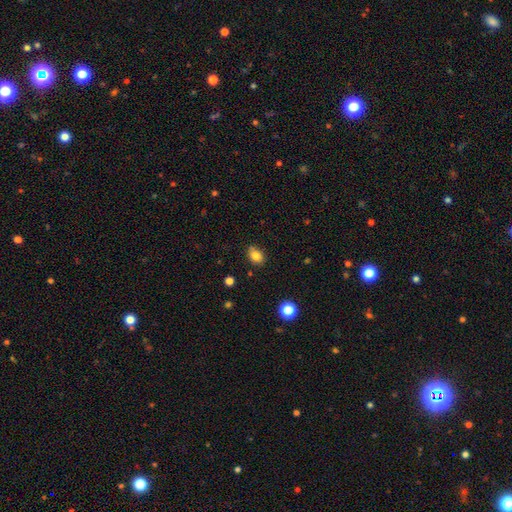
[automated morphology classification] This is clearly a smooth galaxy (83%). How rounded: likely in between (71%). Merging: likely none (78%).